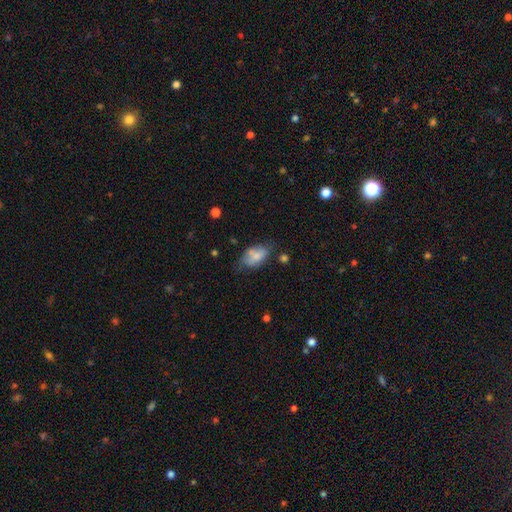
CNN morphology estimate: A smooth galaxy with no disk features (71%) that is in between round and cigar-shaped (90%).

Vote fractions:
- Smooth or featured? smooth: 71% / featured or disk: 21% / star or artifact: 8%
- How rounded? in between: 90% / round: 7% / cigar-shaped: 2%
- Merging? none: 45% / minor disturbance: 33% / major disturbance: 13% / merger: 9%